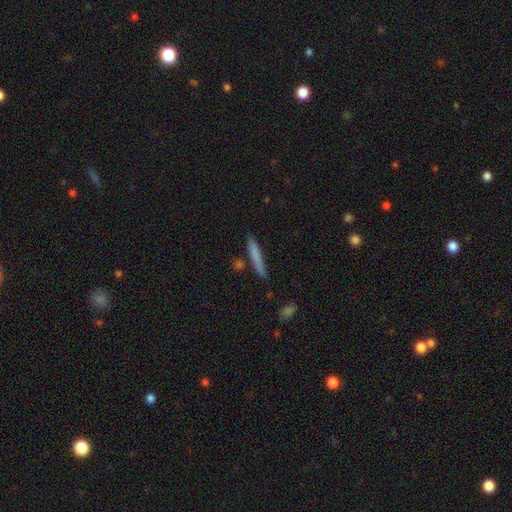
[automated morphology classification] smooth-or-featured: smooth: 74% | featured or disk: 19% | star or artifact: 6%
  how-rounded: cigar-shaped: 95% | in between: 4% | round: 1%
  merging: none: 83% | minor disturbance: 10% | merger: 4% | major disturbance: 2%